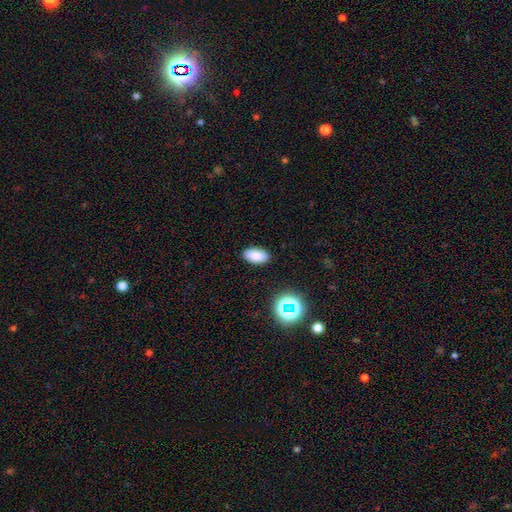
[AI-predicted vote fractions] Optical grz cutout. It shows a smooth galaxy with no disk features (84%) that is in between round and cigar-shaped (93%). Merging: none (89%).